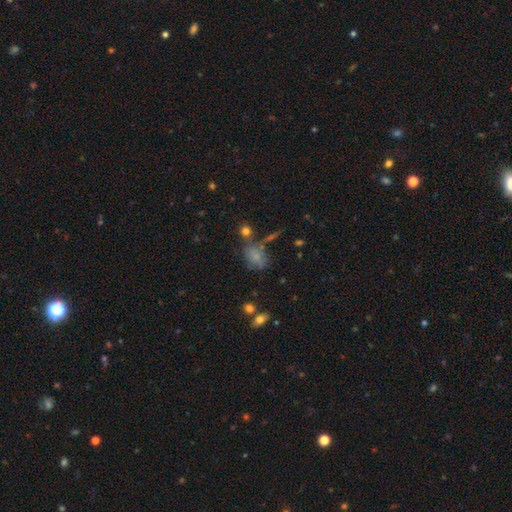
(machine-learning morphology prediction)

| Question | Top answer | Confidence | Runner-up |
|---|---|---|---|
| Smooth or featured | smooth | 69% | featured or disk (18%) |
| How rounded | in between | 69% | round (28%) |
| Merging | none | 48% | minor disturbance (23%) |